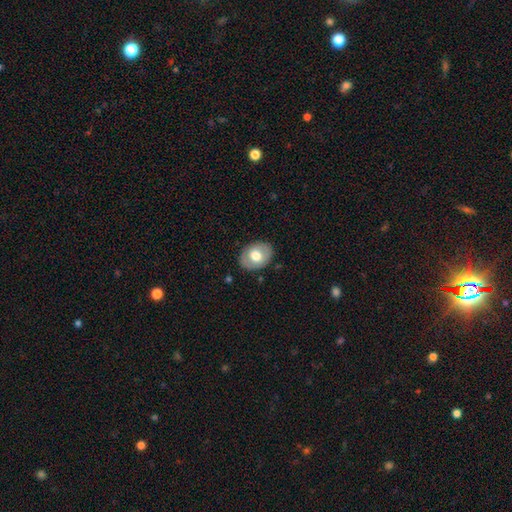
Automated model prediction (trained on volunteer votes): smooth 65%, featured or disk 29%, star or artifact 7%. Down the decision tree: how rounded — in between (59%); merging — none (85%).